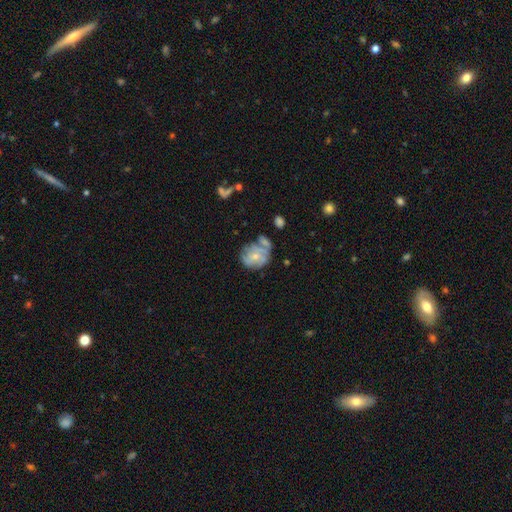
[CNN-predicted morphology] Smooth or featured? featured or disk (59%)
Edge-on disk? no (97%)
Bar? no (80%)
Spiral arms? yes (62%)
Bulge size? small (64%)
Merging? none (40%)